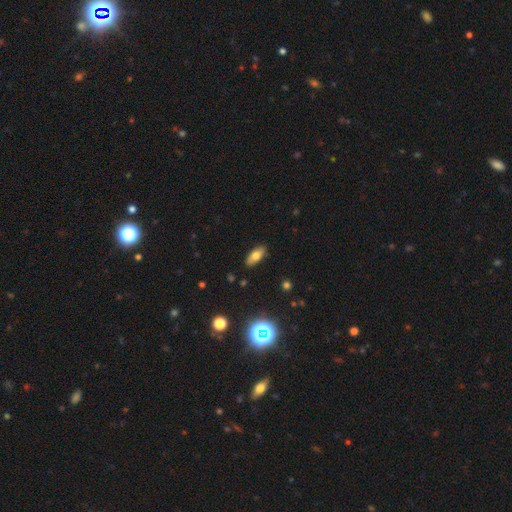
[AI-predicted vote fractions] A smooth galaxy with no disk features (72%) that is in between round and cigar-shaped (81%).

Vote fractions:
- Smooth or featured? smooth: 72% / featured or disk: 18% / star or artifact: 10%
- How rounded? in between: 81% / cigar-shaped: 16% / round: 3%
- Merging? none: 88% / minor disturbance: 9% / major disturbance: 2% / merger: 1%